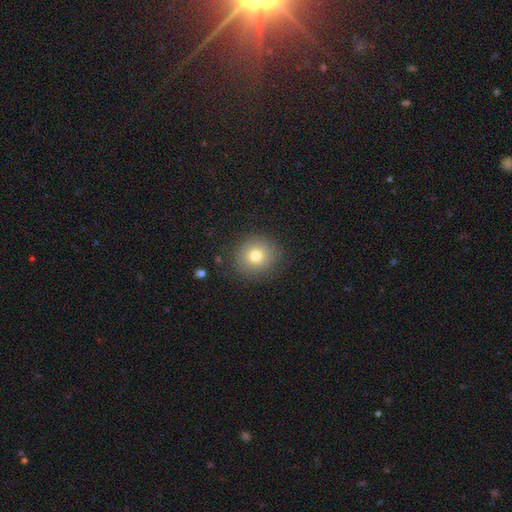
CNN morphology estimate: Smooth or featured? Predicted: smooth (p=0.75). How rounded? Predicted: round (p=0.86). Merging? Predicted: none (p=0.85).